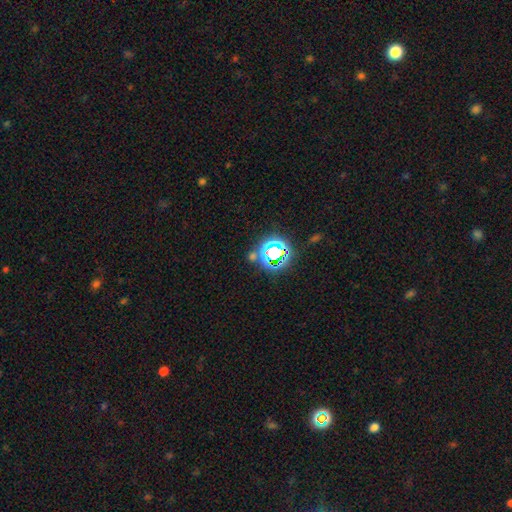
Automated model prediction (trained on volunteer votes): Overall: star or artifact (72%).